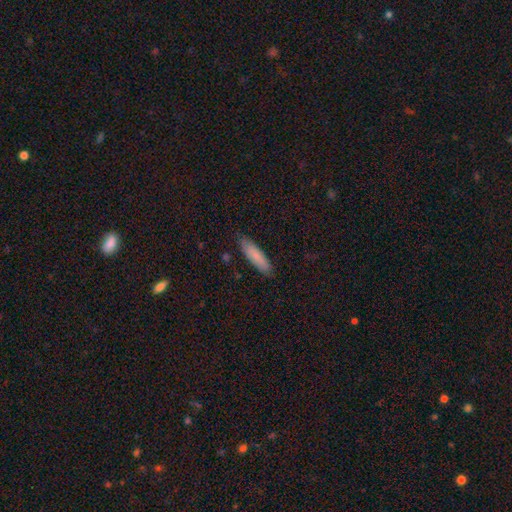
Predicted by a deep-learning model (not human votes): smooth 82%, featured or disk 12%, star or artifact 6%. Down the decision tree: how rounded — cigar-shaped (68%); merging — none (85%).